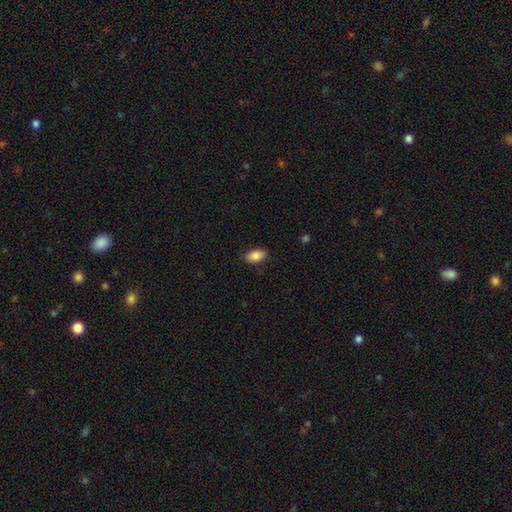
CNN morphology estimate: The model was most divided on "merging": none: 84%, minor disturbance: 13%, major disturbance: 3%, merger: 1%. More confident: how rounded — in between (92%); smooth or featured — smooth (86%).